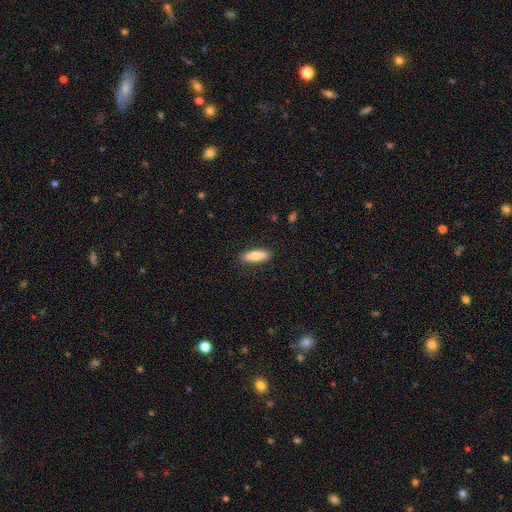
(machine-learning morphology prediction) A smooth galaxy with no disk features (82%) that is in between round and cigar-shaped (51%). Merging: none (88%).